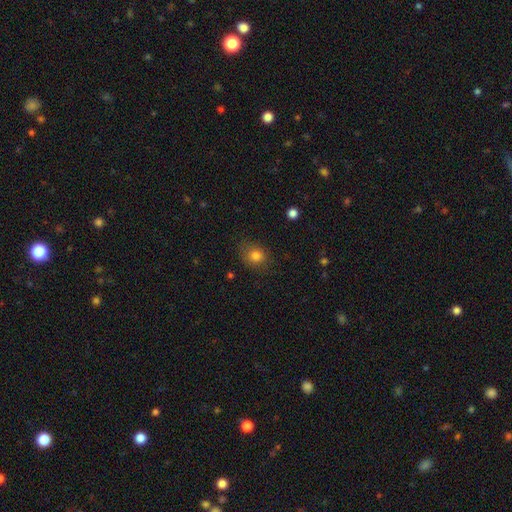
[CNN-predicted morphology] Q: Smooth or featured?
A: smooth (81%); runner-up: star or artifact (13%)
Q: How rounded?
A: round (75%); runner-up: in between (24%)
Q: Merging?
A: none (80%); runner-up: minor disturbance (14%)